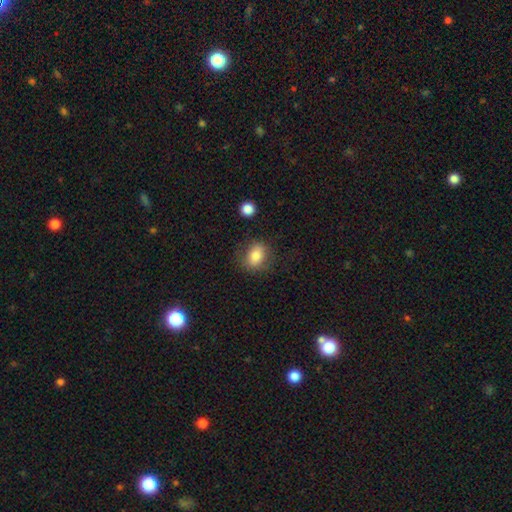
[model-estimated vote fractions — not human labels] Overall: smooth (81%). How rounded: in between (57%; round 42%). Merging: none (77%).